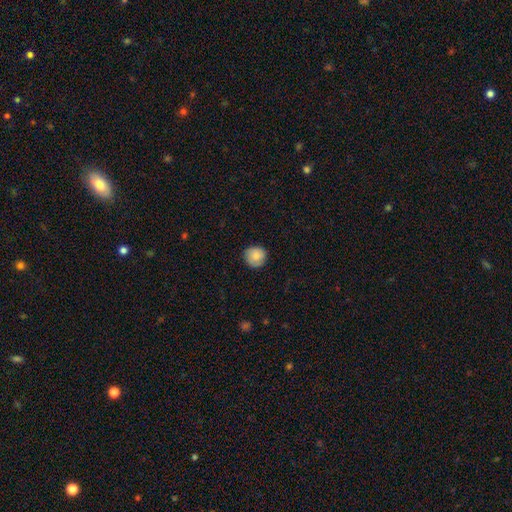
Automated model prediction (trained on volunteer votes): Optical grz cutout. It shows a smooth galaxy with no disk features (81%) that is round (90%). Merging: none (82%).